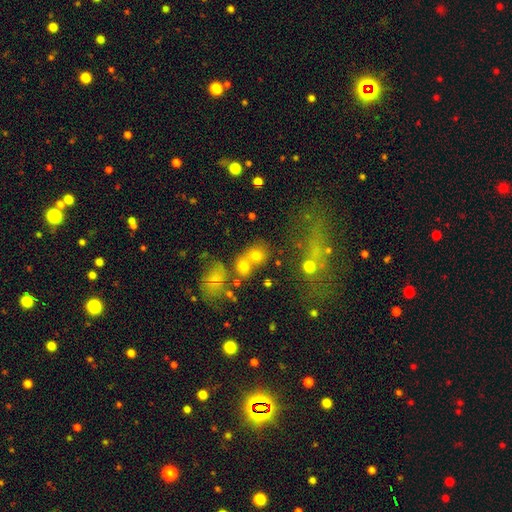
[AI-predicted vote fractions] Smooth or featured?
  - smooth: 69% *
  - star or artifact: 18%
  - featured or disk: 13%
How rounded?
  - round: 71% *
  - in between: 27%
  - cigar-shaped: 2%
Merging?
  - merger: 45% *
  - none: 40%
  - minor disturbance: 9%
  - major disturbance: 6%